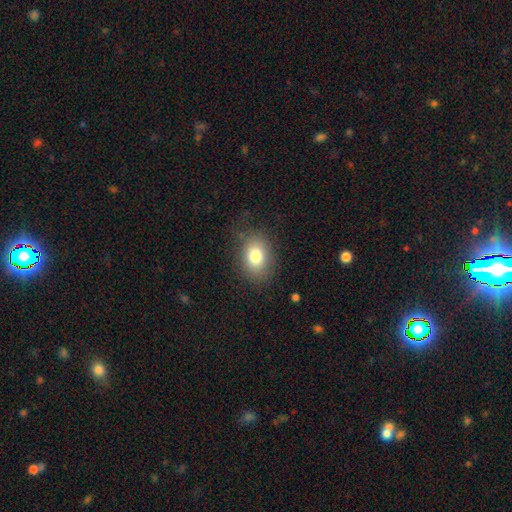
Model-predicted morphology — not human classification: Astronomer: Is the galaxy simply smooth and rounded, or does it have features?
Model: smooth — 80%.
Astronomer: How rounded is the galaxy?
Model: in between — 70%.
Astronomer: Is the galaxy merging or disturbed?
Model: none — 80%.